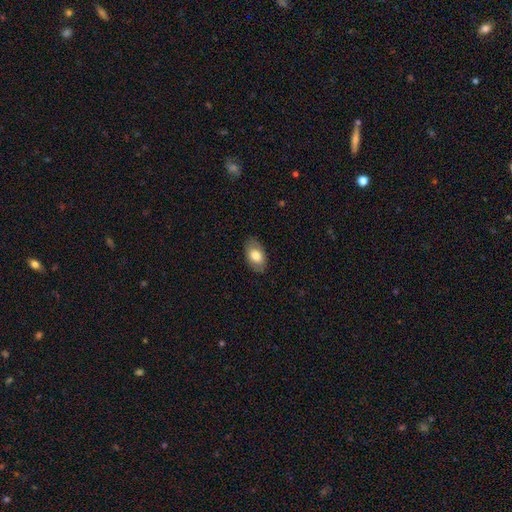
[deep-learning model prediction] Smooth or featured?
  - smooth: 76% *
  - featured or disk: 17%
  - star or artifact: 6%
How rounded?
  - in between: 93% *
  - round: 6%
  - cigar-shaped: 1%
Merging?
  - none: 85% *
  - minor disturbance: 12%
  - major disturbance: 3%
  - merger: 1%